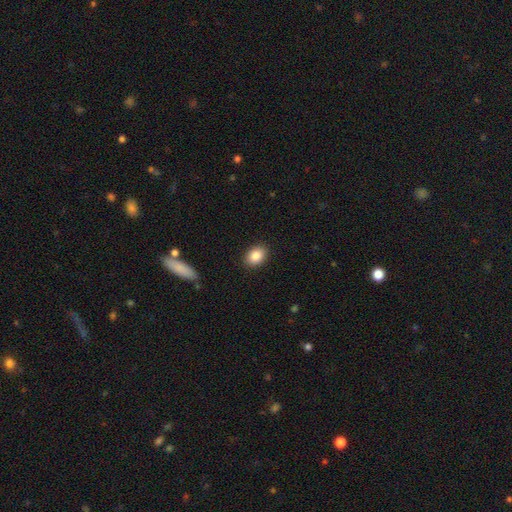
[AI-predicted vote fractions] Morphology: type=smooth (86%); roundness=in between (70%); merging=none (89%).